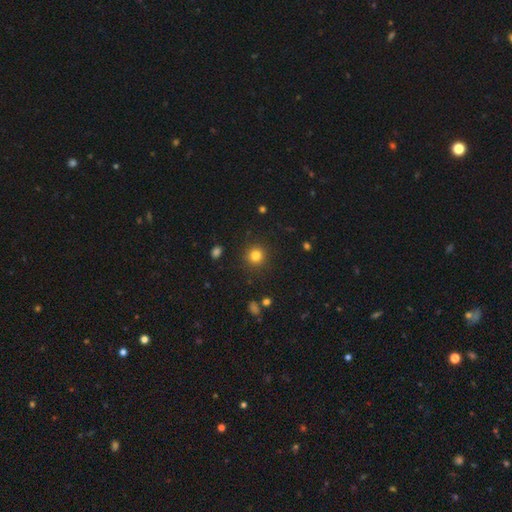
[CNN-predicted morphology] type=smooth (82%); roundness=round (94%); merging=none (90%).